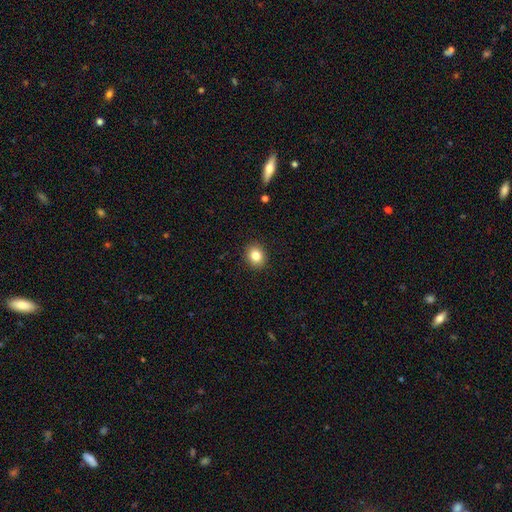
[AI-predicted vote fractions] Morphology: type=smooth (83%); roundness=round (71%); merging=none (91%).